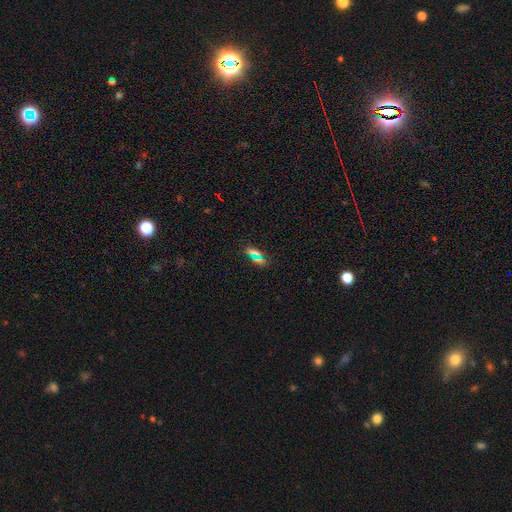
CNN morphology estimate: type=smooth (54%); roundness=in between (47%); merging=none (70%).